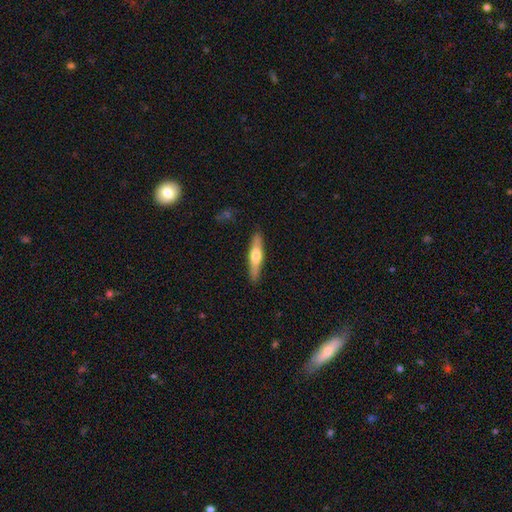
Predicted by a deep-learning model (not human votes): A smooth galaxy with no disk features (52%) that is cigar-shaped (83%). Merging: none (88%).